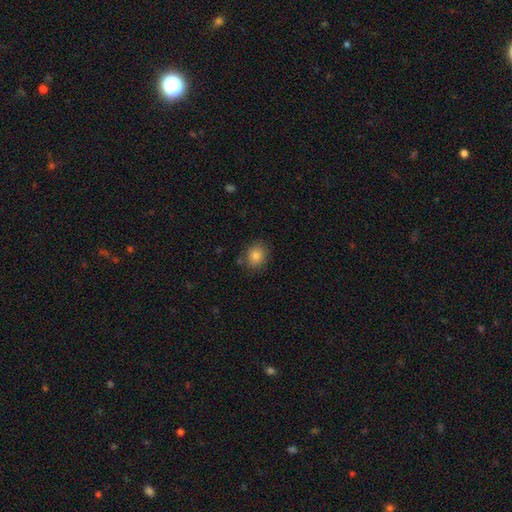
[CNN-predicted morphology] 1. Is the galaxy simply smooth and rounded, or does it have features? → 81% smooth, 11% star or artifact, 8% featured or disk.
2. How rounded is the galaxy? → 65% round, 34% in between, 1% cigar-shaped.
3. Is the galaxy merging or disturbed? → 83% none, 11% minor disturbance, 3% merger, 3% major disturbance.